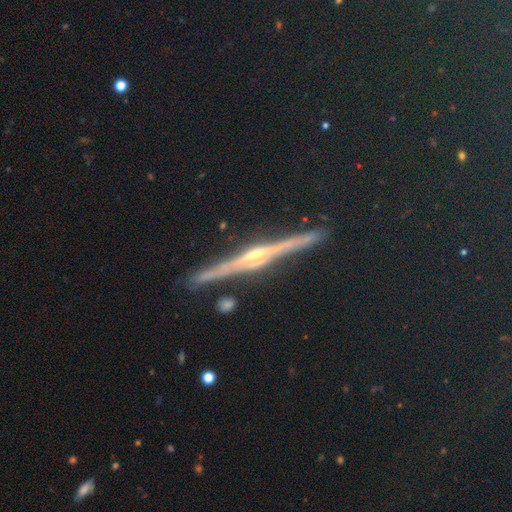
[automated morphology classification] type=featured or disk (62%); edge-on=yes (92%); edge-on bulge=rounded (82%); merging=none (88%).